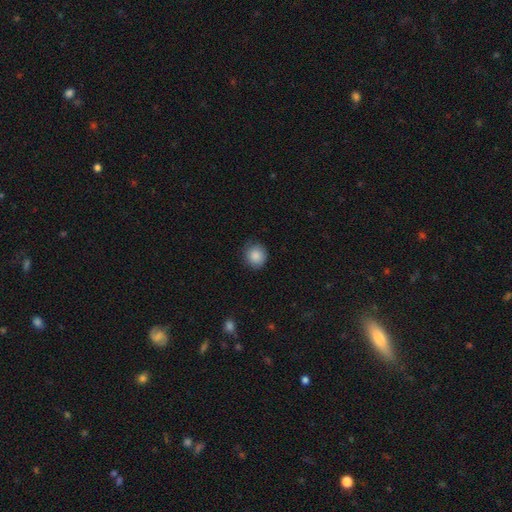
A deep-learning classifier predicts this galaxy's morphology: This appears to be a smooth galaxy with no disk features (87%) that is round (90%). Merging: none (86%).